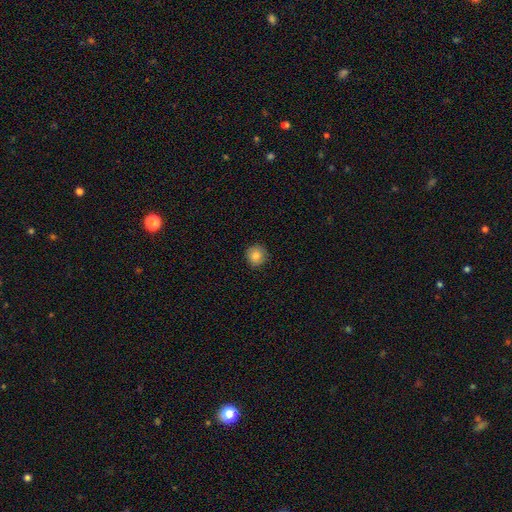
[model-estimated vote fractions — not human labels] This appears to be a smooth galaxy with no disk features (83%) that is round (93%). Merging: none (90%).